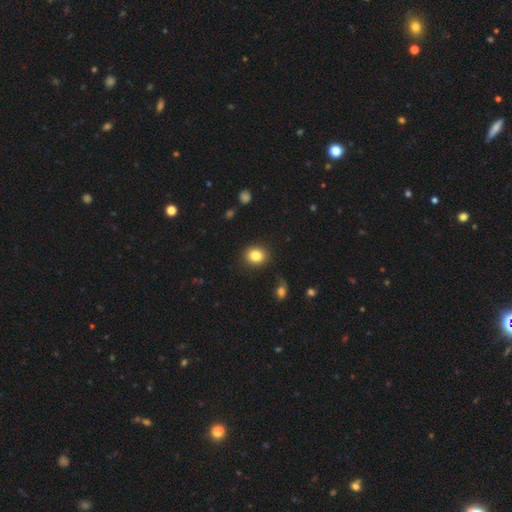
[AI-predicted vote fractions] This is clearly a smooth galaxy (83%). How rounded: likely round (71%). Merging: clearly none (87%).